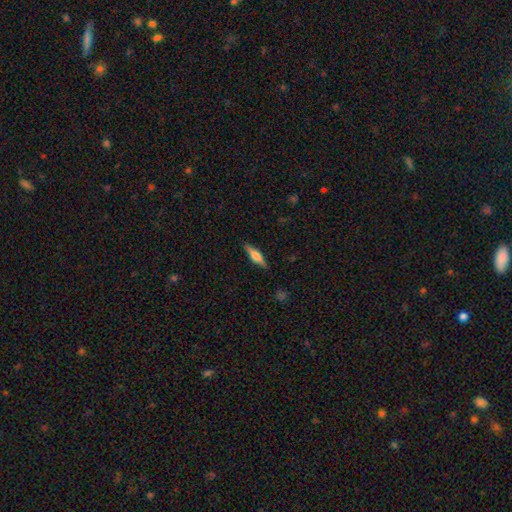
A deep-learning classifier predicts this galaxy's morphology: featured or disk 54%, smooth 39%, star or artifact 7%. Down the decision tree: edge-on disk — yes (96%); edge-on bulge — rounded (83%); merging — none (88%).